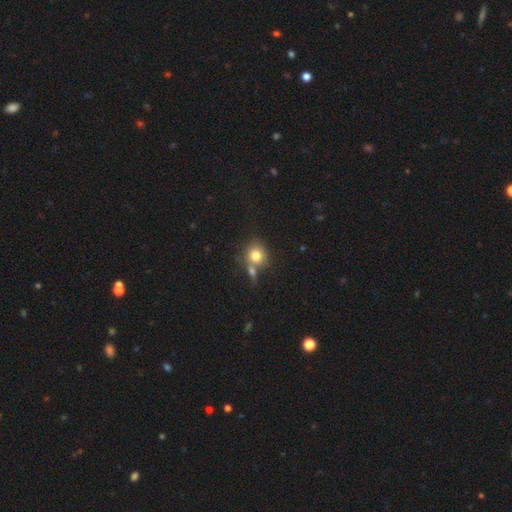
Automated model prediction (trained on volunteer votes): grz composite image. It shows a smooth galaxy with no disk features (77%) that is round (82%). Merging: none (53%).